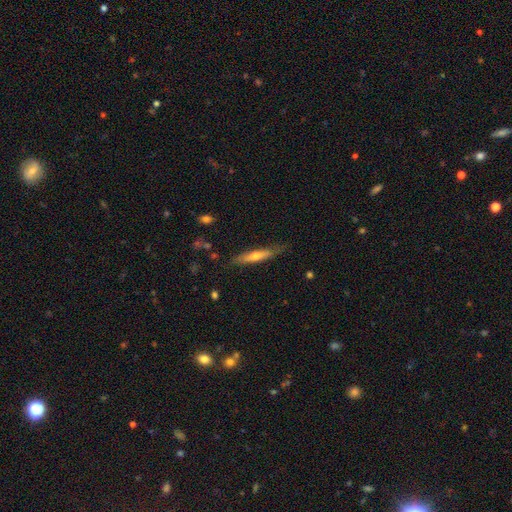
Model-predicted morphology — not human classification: smooth_or_featured: featured or disk (p=0.49) [alt: smooth p=0.45]
merging: none (p=0.77) [alt: minor disturbance p=0.18]